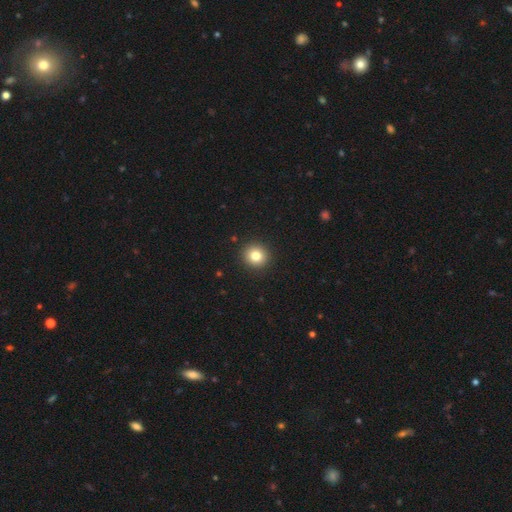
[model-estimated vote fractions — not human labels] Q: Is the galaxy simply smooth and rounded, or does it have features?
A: smooth — 82%.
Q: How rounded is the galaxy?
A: round — 92%.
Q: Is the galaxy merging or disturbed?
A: none — 92%.